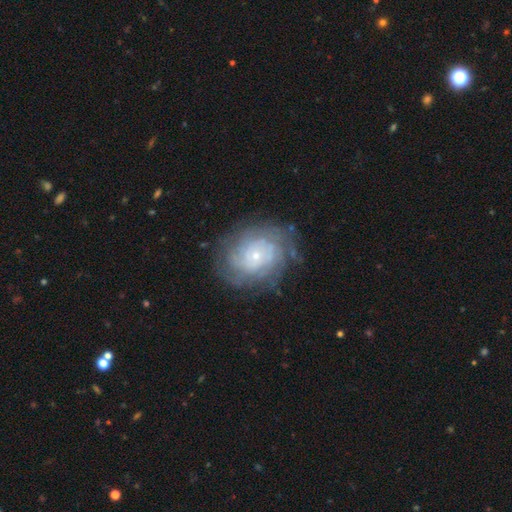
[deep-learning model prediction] Smooth or featured?
  - featured or disk: 75% *
  - smooth: 17%
  - star or artifact: 8%
Edge-on disk?
  - no: 97% *
  - yes: 3%
Bar?
  - no: 81% *
  - weak: 15%
  - strong: 3%
Spiral arms?
  - yes: 91% *
  - no: 9%
Spiral winding?
  - tight: 74% *
  - medium: 20%
  - loose: 6%
Spiral arm count?
  - can't tell: 46% *
  - 4: 15%
  - more than 4: 14%
  - 3: 10%
  - 2: 10%
  - 1: 6%
Bulge size?
  - small: 81% *
  - moderate: 14%
  - large: 2%
  - none: 2%
  - dominant: 1%
Merging?
  - none: 77% *
  - minor disturbance: 15%
  - major disturbance: 7%
  - merger: 1%